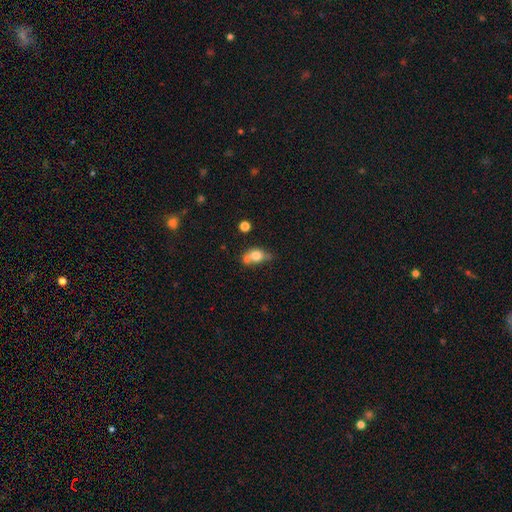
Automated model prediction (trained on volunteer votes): This is likely a smooth galaxy (73%). How rounded: possibly in between (55%). Merging: marginally none (36%).